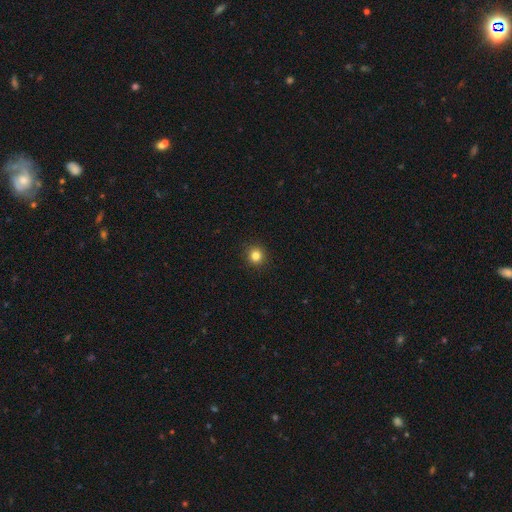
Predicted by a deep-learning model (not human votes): A smooth galaxy with no disk features (83%) that is round (94%).

Vote fractions:
- Smooth or featured? smooth: 83% / star or artifact: 12% / featured or disk: 5%
- How rounded? round: 94% / in between: 5% / cigar-shaped: 1%
- Merging? none: 93% / minor disturbance: 4% / major disturbance: 2% / merger: 1%